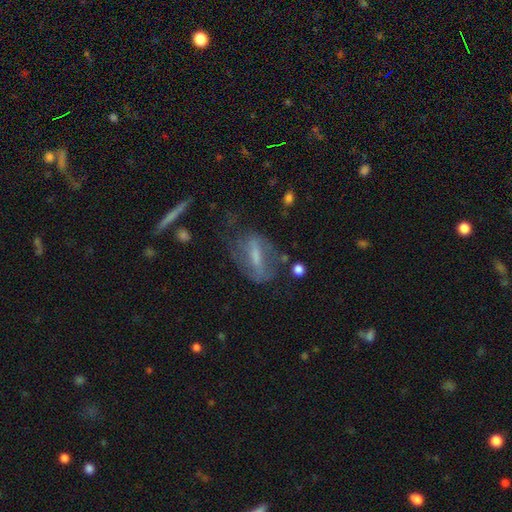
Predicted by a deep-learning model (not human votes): featured or disk 58%, smooth 31%, star or artifact 11%. Down the decision tree: edge-on disk — no (85%); merging — none (50%).